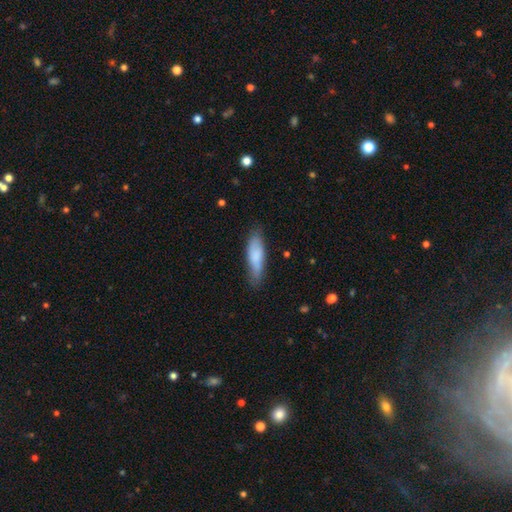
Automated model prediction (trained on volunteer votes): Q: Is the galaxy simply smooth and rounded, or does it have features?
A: smooth — 78%.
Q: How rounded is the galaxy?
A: cigar-shaped — 56%.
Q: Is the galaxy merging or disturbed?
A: none — 72%.